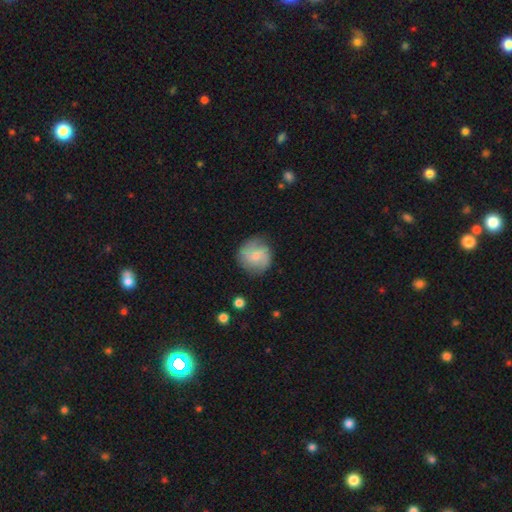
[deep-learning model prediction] A smooth galaxy with no disk features (53%) that is round (90%).

Vote fractions:
- Smooth or featured? smooth: 53% / featured or disk: 40% / star or artifact: 7%
- How rounded? round: 90% / in between: 9% / cigar-shaped: 1%
- Merging? none: 76% / minor disturbance: 17% / major disturbance: 5% / merger: 1%